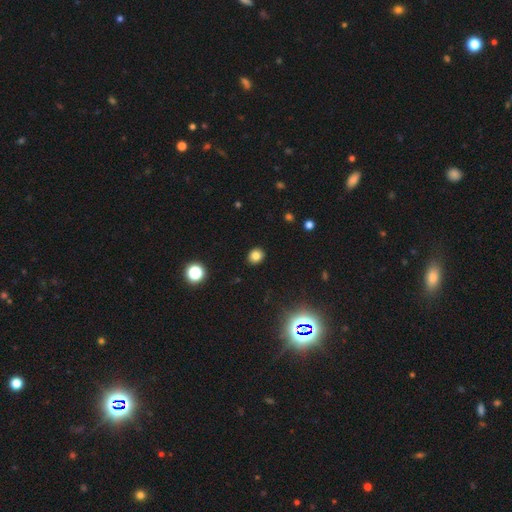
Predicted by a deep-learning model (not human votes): Smooth or featured? smooth (80%)
How rounded? round (68%)
Merging? none (91%)